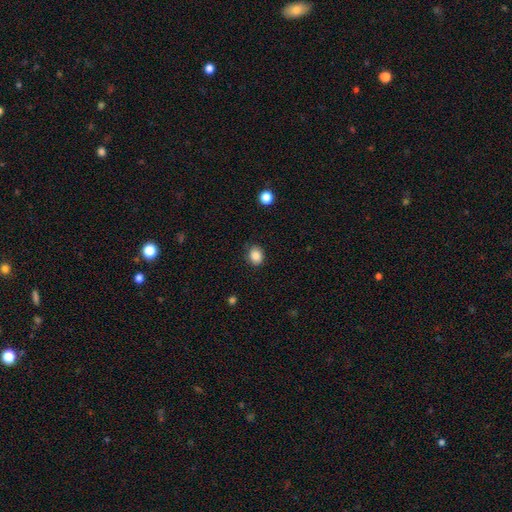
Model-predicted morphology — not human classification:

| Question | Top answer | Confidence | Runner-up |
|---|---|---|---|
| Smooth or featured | smooth | 87% | star or artifact (9%) |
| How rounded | round | 55% | in between (44%) |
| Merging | none | 81% | minor disturbance (14%) |